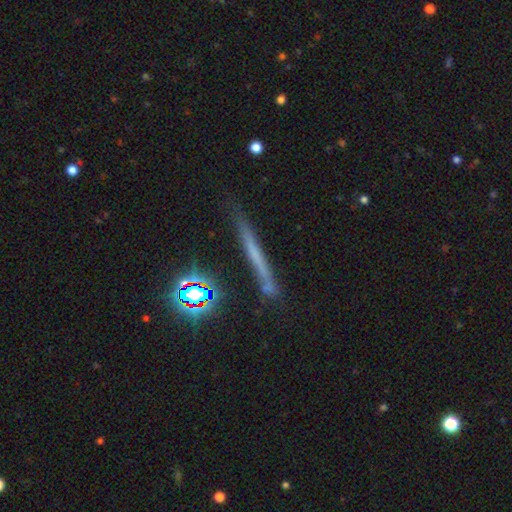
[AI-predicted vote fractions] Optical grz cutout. It shows a smooth galaxy with no disk features (42%). Merging: none (77%).